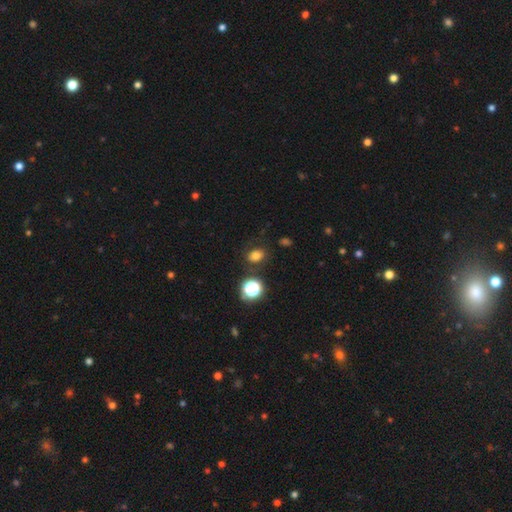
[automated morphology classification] A smooth galaxy with no disk features (73%) that is in between round and cigar-shaped (58%).

Vote fractions:
- Smooth or featured? smooth: 73% / star or artifact: 18% / featured or disk: 9%
- How rounded? in between: 58% / round: 41% / cigar-shaped: 1%
- Merging? none: 76% / minor disturbance: 14% / major disturbance: 5% / merger: 5%